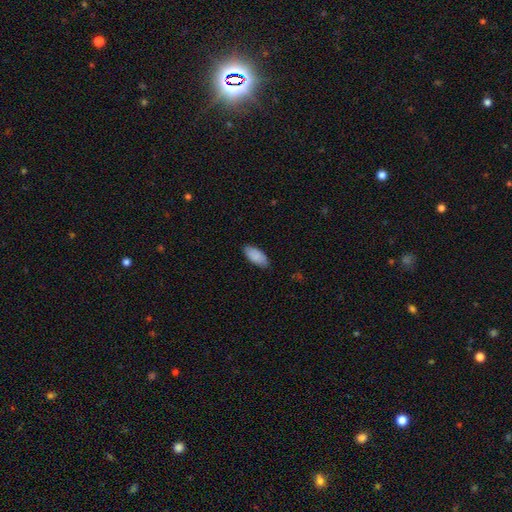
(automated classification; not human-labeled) Smooth or featured? smooth (89%)
How rounded? in between (92%)
Merging? none (85%)